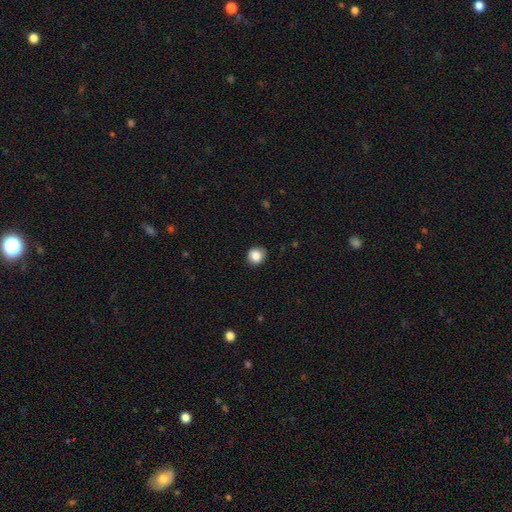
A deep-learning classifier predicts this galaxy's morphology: Smooth or featured? Predicted: smooth (p=0.86). How rounded? Predicted: round (p=0.87). Merging? Predicted: none (p=0.86).